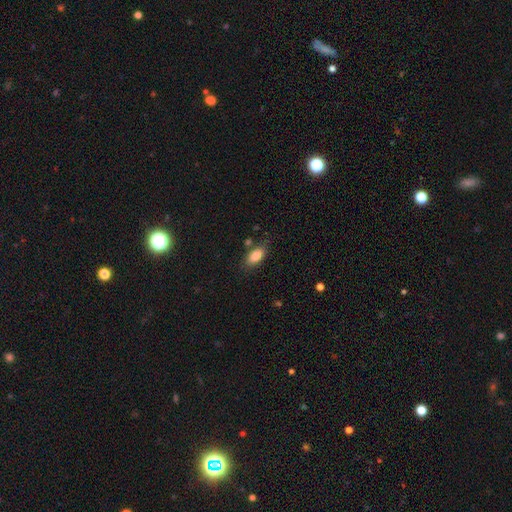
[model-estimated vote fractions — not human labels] The model was most divided on "merging": none: 76%, minor disturbance: 15%, merger: 5%, major disturbance: 4%. More confident: how rounded — in between (89%); smooth or featured — smooth (85%).